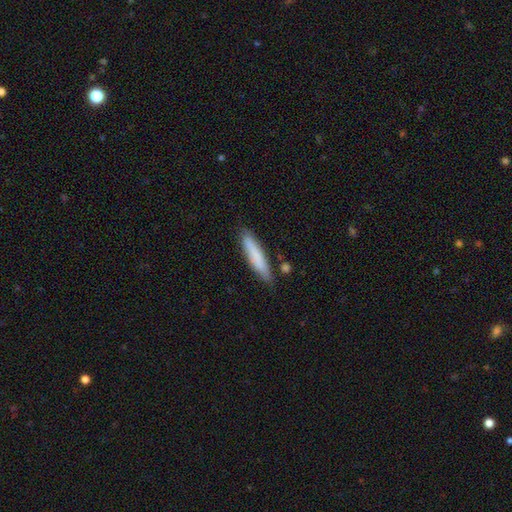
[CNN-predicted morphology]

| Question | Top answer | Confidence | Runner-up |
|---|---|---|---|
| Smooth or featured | smooth | 78% | featured or disk (16%) |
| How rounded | cigar-shaped | 88% | in between (11%) |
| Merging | none | 81% | minor disturbance (13%) |